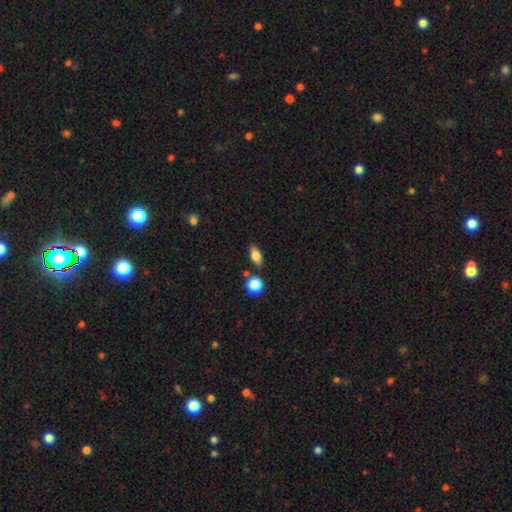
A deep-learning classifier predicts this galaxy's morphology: Q: Smooth or featured?
A: smooth (77%); runner-up: featured or disk (15%)
Q: How rounded?
A: in between (78%); runner-up: cigar-shaped (12%)
Q: Merging?
A: none (80%); runner-up: minor disturbance (11%)